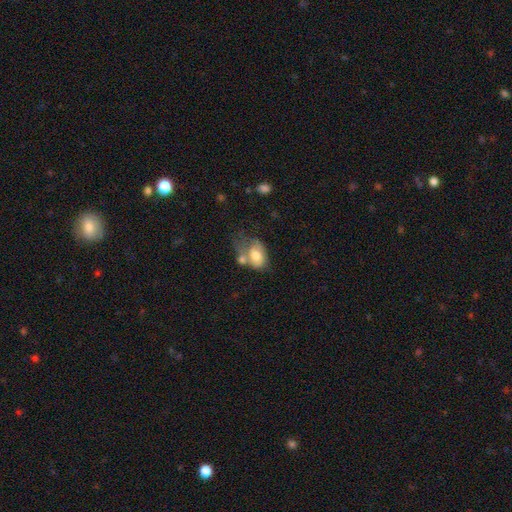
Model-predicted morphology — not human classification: type=smooth (64%); roundness=in between (83%); merging=merger (34%).